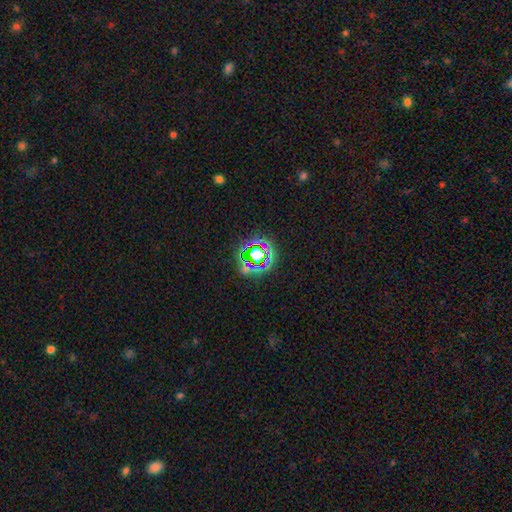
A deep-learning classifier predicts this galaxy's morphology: This appears to be a star or artifact, not a galaxy (65%).